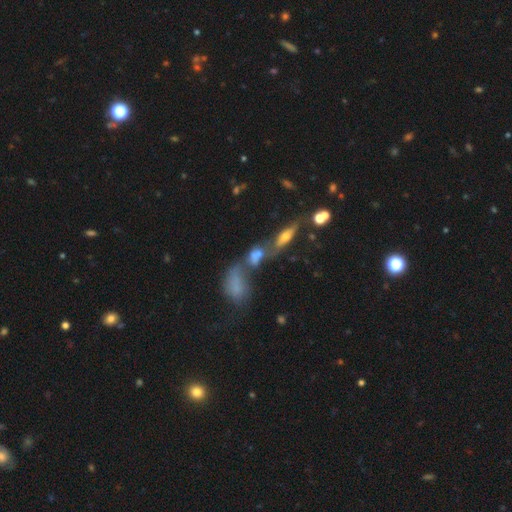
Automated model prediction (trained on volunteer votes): This is possibly a smooth galaxy (50%). Merging: possibly merger (59%).